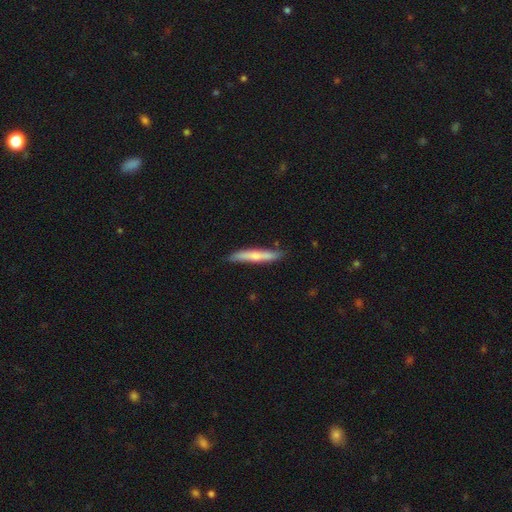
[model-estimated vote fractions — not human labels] Morphology: type=smooth (62%); roundness=cigar-shaped (94%); merging=none (84%).